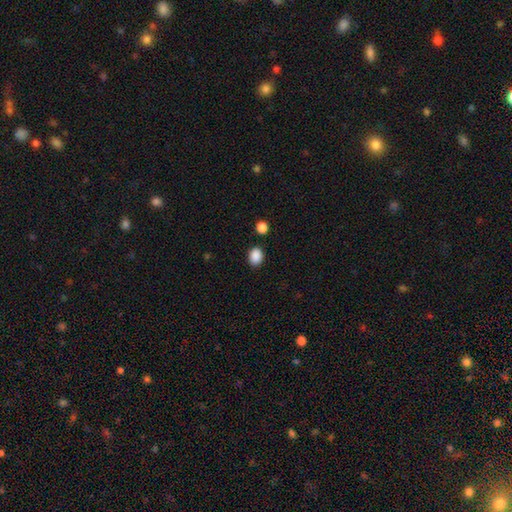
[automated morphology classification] Smooth or featured? Predicted: smooth (p=0.89). How rounded? Predicted: in between (p=0.61). Merging? Predicted: none (p=0.85).